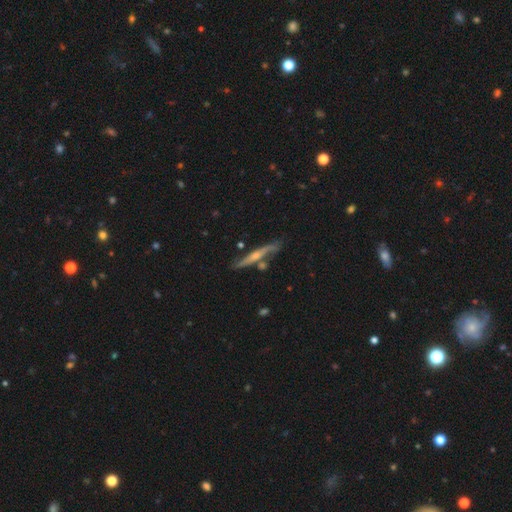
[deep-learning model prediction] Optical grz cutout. It shows a featured or disk galaxy (70%) viewed edge-on (91%) with a rounded central bulge (78%). Merging: none (70%).